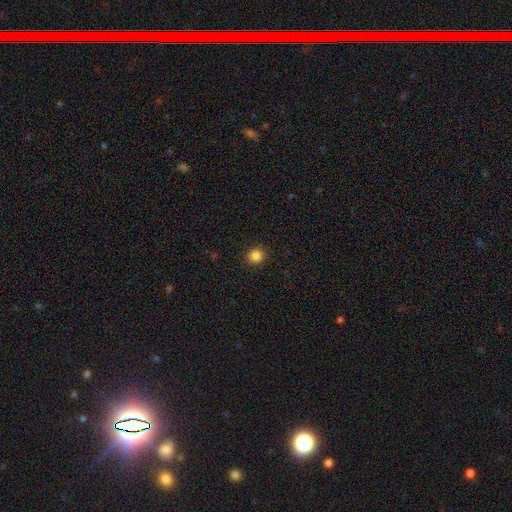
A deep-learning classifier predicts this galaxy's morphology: type=smooth (85%); roundness=round (88%); merging=none (91%).